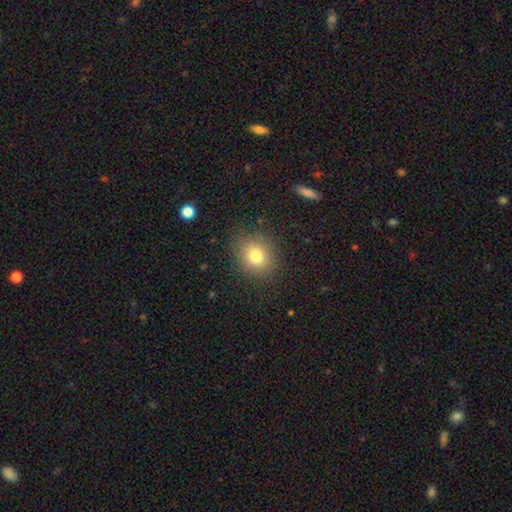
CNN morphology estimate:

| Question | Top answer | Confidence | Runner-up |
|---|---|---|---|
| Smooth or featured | smooth | 76% | star or artifact (14%) |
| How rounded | round | 79% | in between (20%) |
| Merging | none | 86% | minor disturbance (9%) |